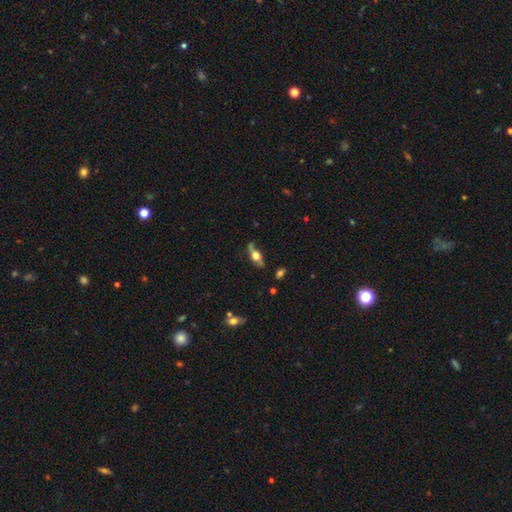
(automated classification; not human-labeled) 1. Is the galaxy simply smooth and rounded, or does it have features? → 54% featured or disk, 39% smooth, 8% star or artifact.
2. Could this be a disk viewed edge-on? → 64% yes, 36% no.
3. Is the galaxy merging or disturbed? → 62% none, 25% minor disturbance, 10% major disturbance, 3% merger.